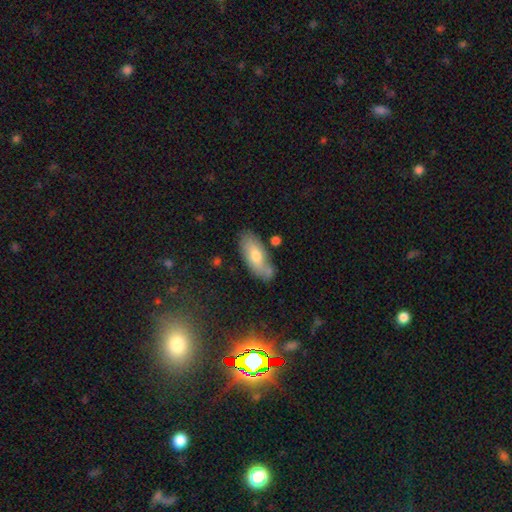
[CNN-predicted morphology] type=smooth (64%); roundness=in between (84%); merging=none (66%).